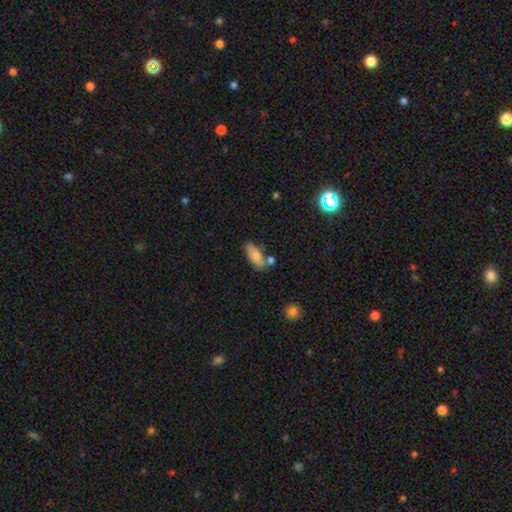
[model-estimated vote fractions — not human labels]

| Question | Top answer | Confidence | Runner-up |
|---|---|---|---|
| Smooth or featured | smooth | 78% | featured or disk (14%) |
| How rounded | in between | 81% | cigar-shaped (17%) |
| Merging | none | 65% | minor disturbance (18%) |